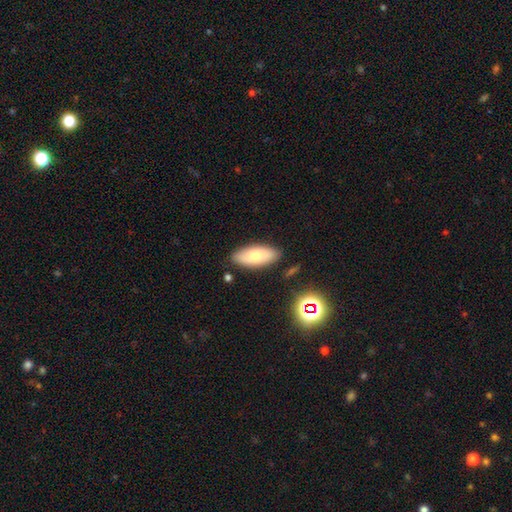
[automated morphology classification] Smooth or featured: smooth — 76% (featured or disk — 17%)
How rounded: in between — 85% (cigar-shaped — 13%)
Merging: none — 84% (minor disturbance — 11%)